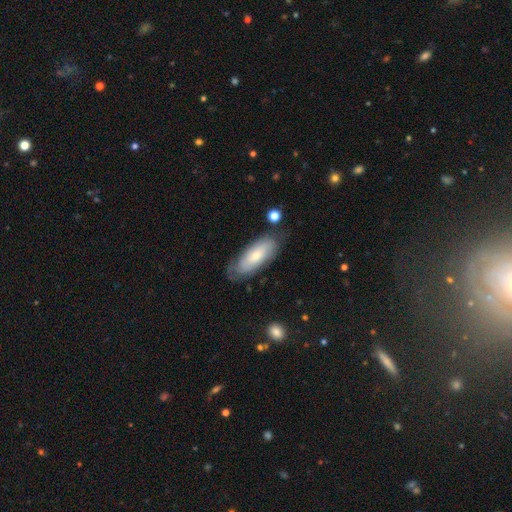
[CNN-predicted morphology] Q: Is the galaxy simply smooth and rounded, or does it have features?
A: smooth — 59%.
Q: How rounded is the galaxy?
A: in between — 76%.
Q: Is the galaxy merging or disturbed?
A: none — 69%.